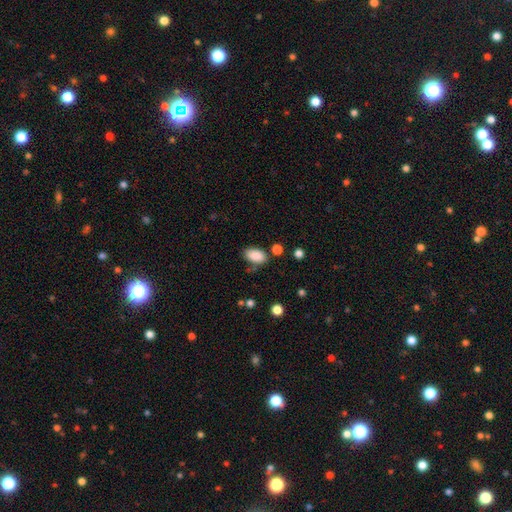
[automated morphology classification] Smooth or featured? Predicted: smooth (p=0.88). How rounded? Predicted: in between (p=0.92). Merging? Predicted: none (p=0.72).